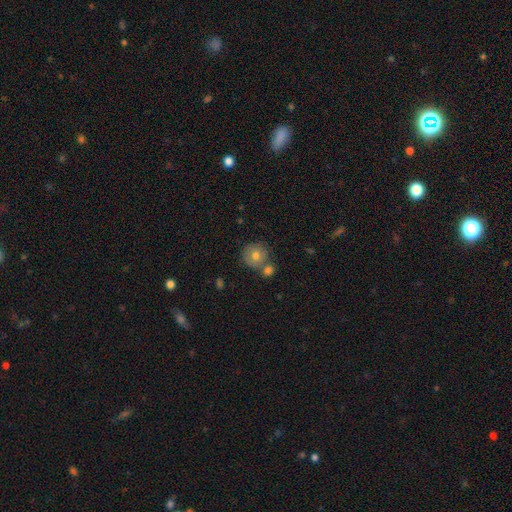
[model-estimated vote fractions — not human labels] Smooth or featured: smooth — 74% (featured or disk — 17%)
How rounded: round — 91% (in between — 8%)
Merging: none — 61% (merger — 26%)